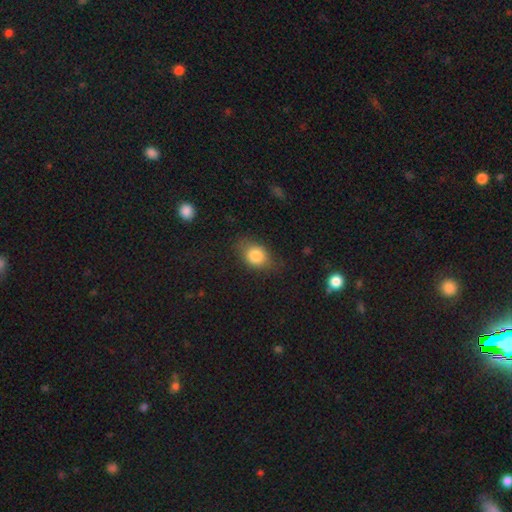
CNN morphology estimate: smooth_or_featured: smooth (p=0.81) [alt: featured or disk p=0.10]
how_rounded: in between (p=0.62) [alt: round p=0.36]
merging: none (p=0.70) [alt: minor disturbance p=0.22]